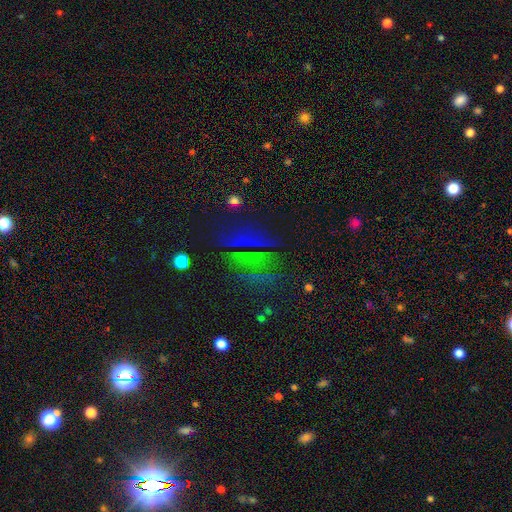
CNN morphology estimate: Q: Smooth or featured?
A: star or artifact (57%); runner-up: smooth (29%)